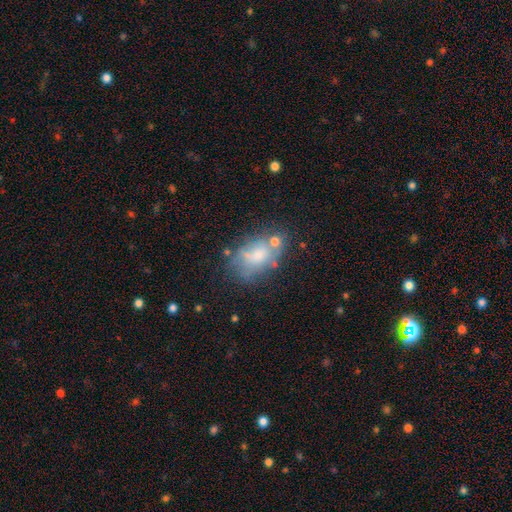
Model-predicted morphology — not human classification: Smooth or featured: smooth — 56% (featured or disk — 32%)
How rounded: in between — 83% (round — 15%)
Merging: none — 48% (minor disturbance — 24%)